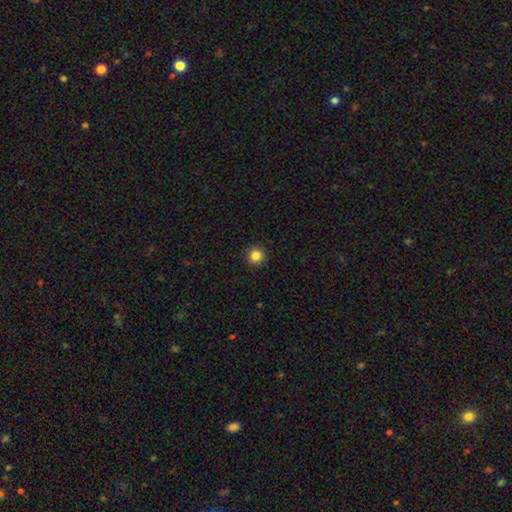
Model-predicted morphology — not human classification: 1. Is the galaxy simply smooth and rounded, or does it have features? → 85% smooth, 11% star or artifact, 4% featured or disk.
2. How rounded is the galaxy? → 96% round, 3% in between, 1% cigar-shaped.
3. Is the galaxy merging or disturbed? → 93% none, 4% minor disturbance, 2% major disturbance, 1% merger.